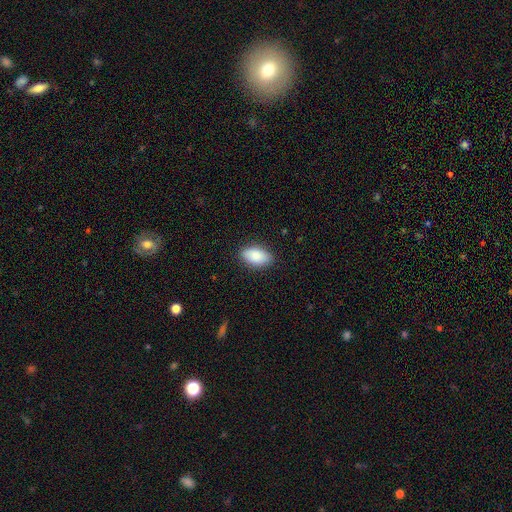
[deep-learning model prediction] smooth 88%, star or artifact 6%, featured or disk 5%. Down the decision tree: how rounded — in between (93%); merging — none (86%).